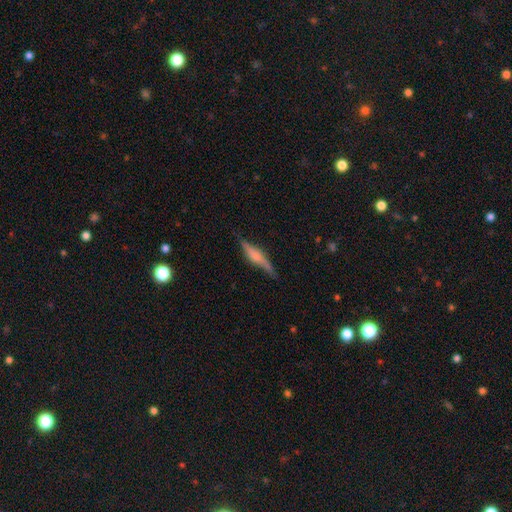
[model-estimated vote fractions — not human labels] Morphology: type=featured or disk (55%); edge-on=yes (91%); edge-on bulge=rounded (50%); merging=none (69%).